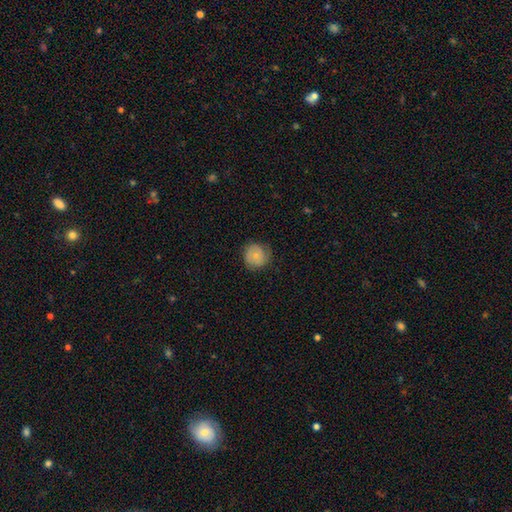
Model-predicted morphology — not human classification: A smooth galaxy with no disk features (67%) that is round (90%). Merging: none (74%).